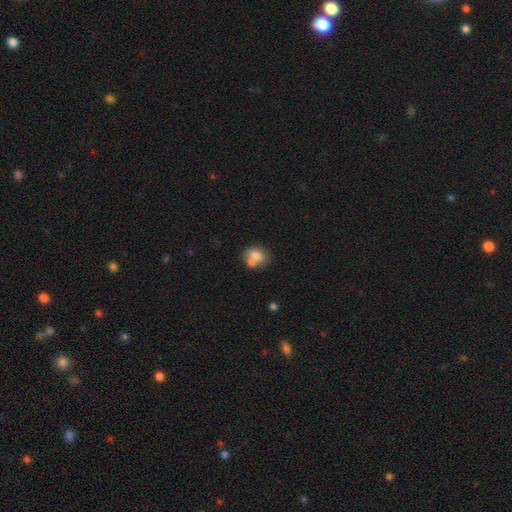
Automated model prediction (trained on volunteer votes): Q: Smooth or featured?
A: smooth (76%); runner-up: featured or disk (15%)
Q: How rounded?
A: in between (53%); runner-up: round (46%)
Q: Merging?
A: none (48%); runner-up: merger (35%)